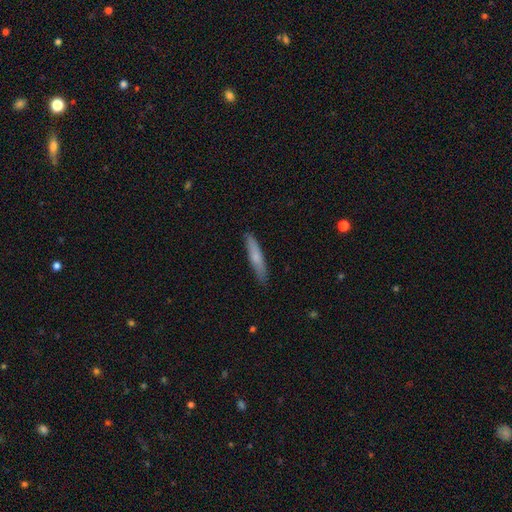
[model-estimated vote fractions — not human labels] smooth-or-featured: smooth: 68% | featured or disk: 26% | star or artifact: 6%
  how-rounded: cigar-shaped: 91% | in between: 7% | round: 1%
  merging: none: 88% | minor disturbance: 10% | major disturbance: 2% | merger: 1%